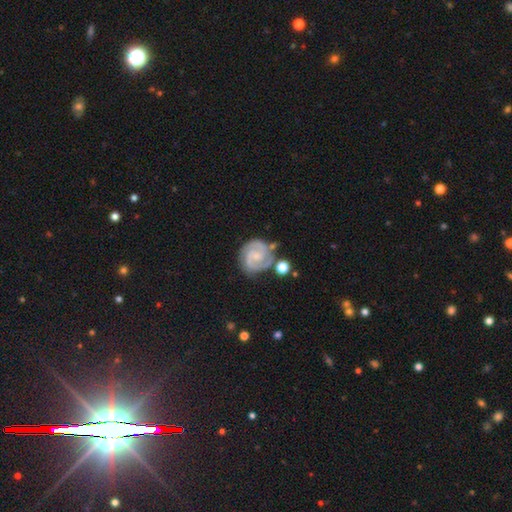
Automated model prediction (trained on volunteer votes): Smooth or featured?
  - featured or disk: 88% *
  - smooth: 8%
  - star or artifact: 5%
Edge-on disk?
  - no: 98% *
  - yes: 2%
Bar?
  - no: 53% *
  - weak: 38%
  - strong: 9%
Spiral arms?
  - yes: 98% *
  - no: 2%
Spiral winding?
  - tight: 57% *
  - medium: 38%
  - loose: 5%
Spiral arm count?
  - 2: 82% *
  - 3: 10%
  - can't tell: 4%
  - 1: 1%
  - 4: 1%
  - more than 4: 1%
Bulge size?
  - small: 58% *
  - moderate: 20%
  - none: 19%
  - large: 2%
  - dominant: 1%
Merging?
  - none: 70% *
  - minor disturbance: 16%
  - merger: 9%
  - major disturbance: 5%